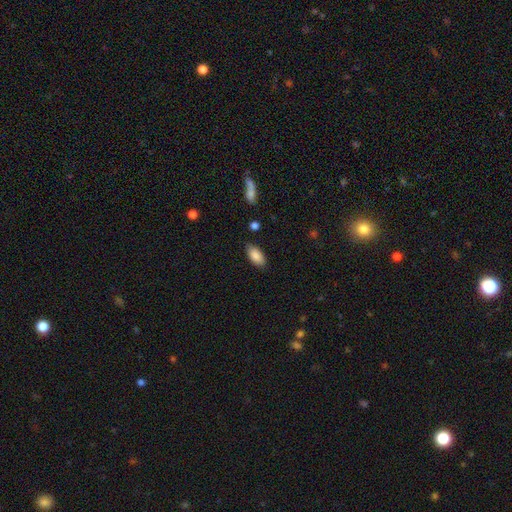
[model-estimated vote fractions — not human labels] Overall: smooth (87%). How rounded: in between (92%). Merging: none (83%).